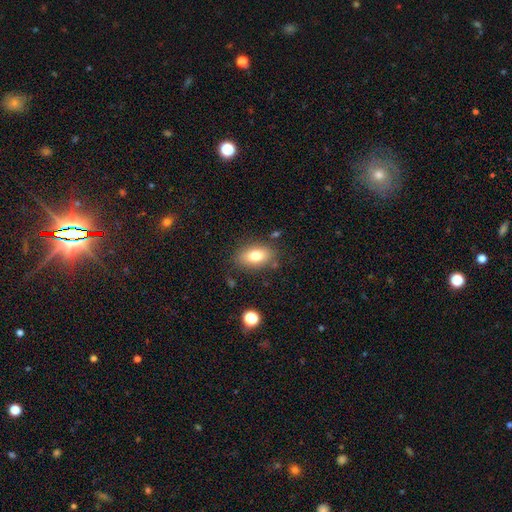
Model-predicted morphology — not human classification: Smooth or featured: smooth — 78% (featured or disk — 13%)
How rounded: in between — 87% (round — 10%)
Merging: none — 80% (minor disturbance — 13%)